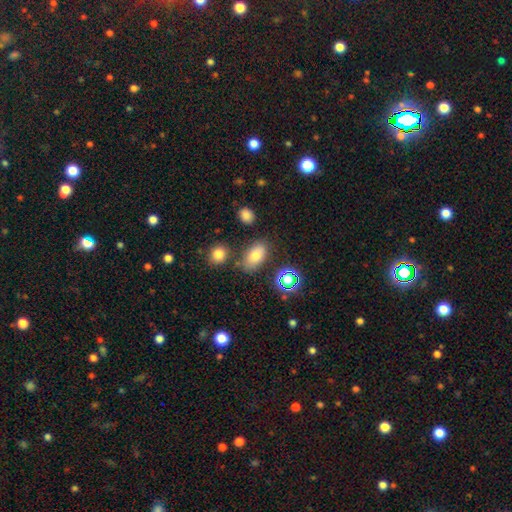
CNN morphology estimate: Smooth or featured?
  - smooth: 72% *
  - star or artifact: 16%
  - featured or disk: 12%
How rounded?
  - in between: 87% *
  - round: 10%
  - cigar-shaped: 3%
Merging?
  - none: 75% *
  - minor disturbance: 14%
  - merger: 7%
  - major disturbance: 4%